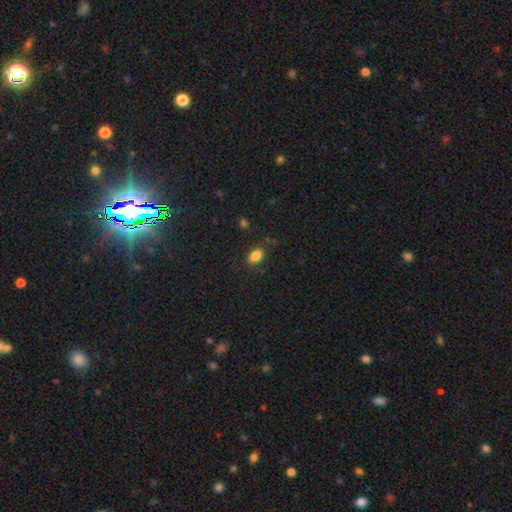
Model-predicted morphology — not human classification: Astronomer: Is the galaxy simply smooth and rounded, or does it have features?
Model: smooth — 85%.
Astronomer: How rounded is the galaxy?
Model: in between — 87%.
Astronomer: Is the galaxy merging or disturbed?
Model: none — 82%.